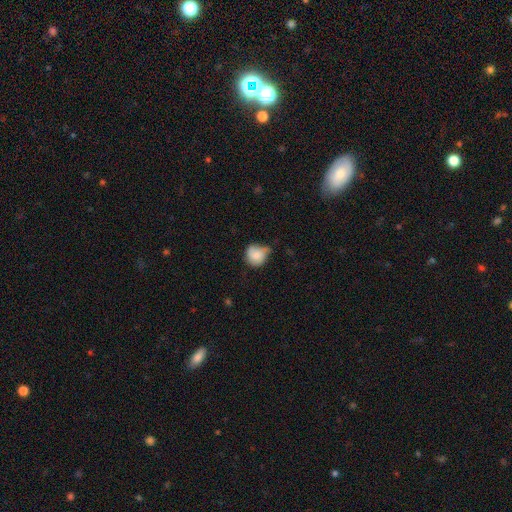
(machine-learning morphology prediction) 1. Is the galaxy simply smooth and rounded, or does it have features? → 75% smooth, 17% featured or disk, 8% star or artifact.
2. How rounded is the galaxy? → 77% round, 22% in between, 1% cigar-shaped.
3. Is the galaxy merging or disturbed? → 47% minor disturbance, 33% none, 16% major disturbance, 5% merger.